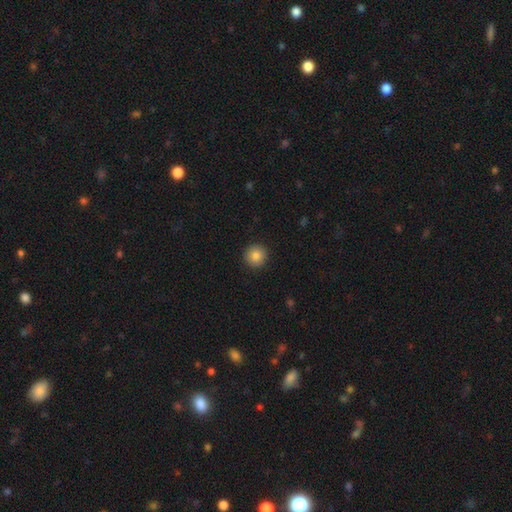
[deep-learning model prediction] smooth 86%, star or artifact 9%, featured or disk 5%. Down the decision tree: how rounded — round (95%); merging — none (93%).